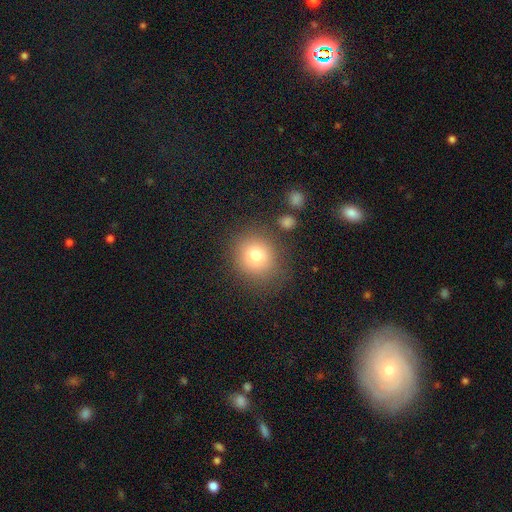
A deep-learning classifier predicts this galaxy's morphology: Smooth or featured? smooth (77%)
How rounded? round (82%)
Merging? none (80%)